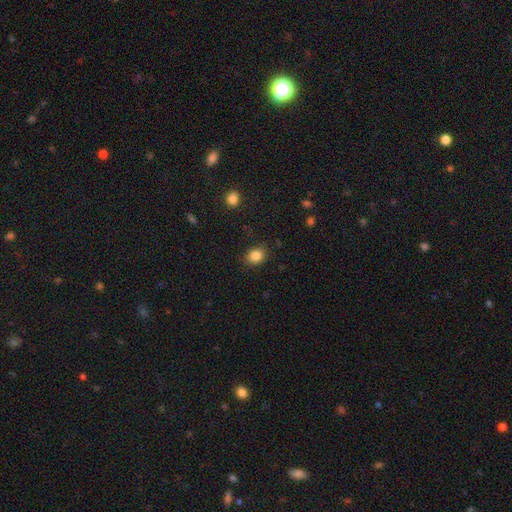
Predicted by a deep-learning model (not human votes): Q: Smooth or featured?
A: smooth (85%); runner-up: star or artifact (10%)
Q: How rounded?
A: in between (50%); runner-up: round (49%)
Q: Merging?
A: none (85%); runner-up: minor disturbance (11%)